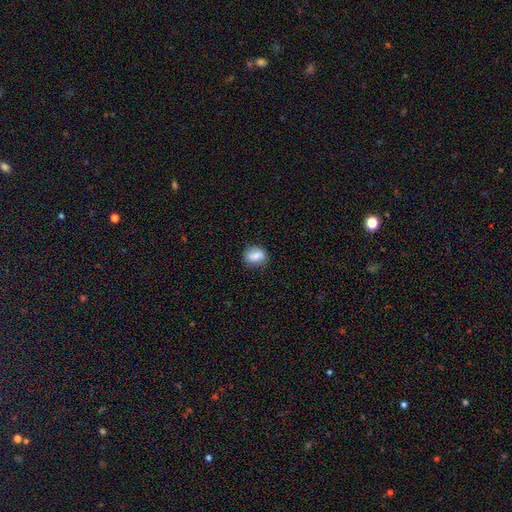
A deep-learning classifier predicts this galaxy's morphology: This appears to be a smooth galaxy with no disk features (79%) that is in between round and cigar-shaped (51%). Merging: none (78%).